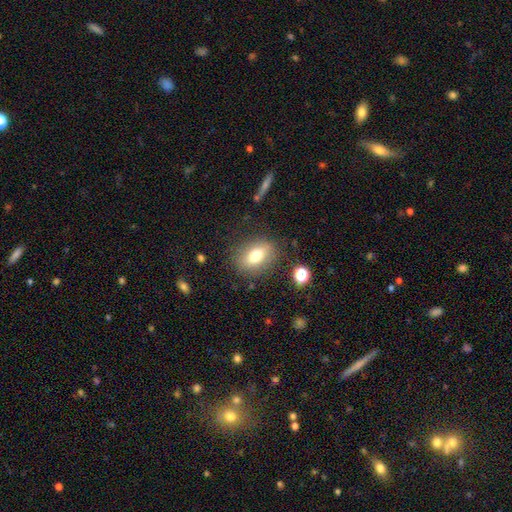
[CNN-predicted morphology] smooth_or_featured: smooth (p=0.71) [alt: featured or disk p=0.18]
how_rounded: in between (p=0.72) [alt: round p=0.24]
merging: none (p=0.80) [alt: minor disturbance p=0.13]